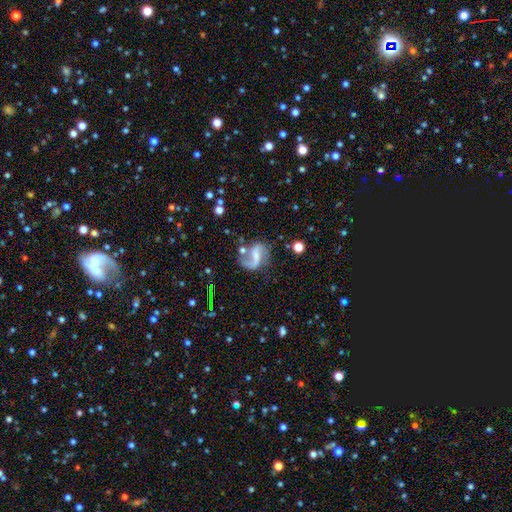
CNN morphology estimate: A featured or disk galaxy (79%) with a weak bar (42%), 2 (75%) loose (65%) spiral arms (93%) and a small central bulge (46%).

Vote fractions:
- Smooth or featured? featured or disk: 79% / smooth: 13% / star or artifact: 8%
- Edge-on disk? no: 98% / yes: 2%
- Bar? weak: 42% / no: 29% / strong: 29%
- Spiral arms? yes: 93% / no: 7%
- Spiral winding? loose: 65% / medium: 29% / tight: 6%
- Spiral arm count? 2: 75% / 1: 19% / can't tell: 3% / 3: 1% / 4: 1% / more than 4: 1%
- Bulge size? small: 46% / moderate: 27% / none: 22% / large: 3% / dominant: 1%
- Merging? none: 56% / minor disturbance: 19% / major disturbance: 16% / merger: 8%